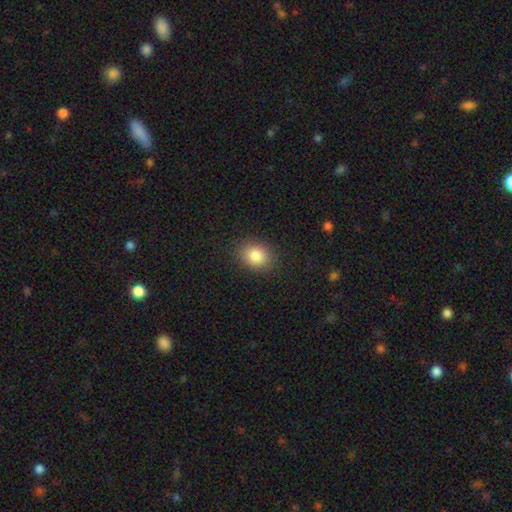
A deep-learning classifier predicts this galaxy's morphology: The model was most divided on "how rounded": in between: 55%, round: 44%, cigar-shaped: 1%. More confident: merging — none (87%); smooth or featured — smooth (84%).